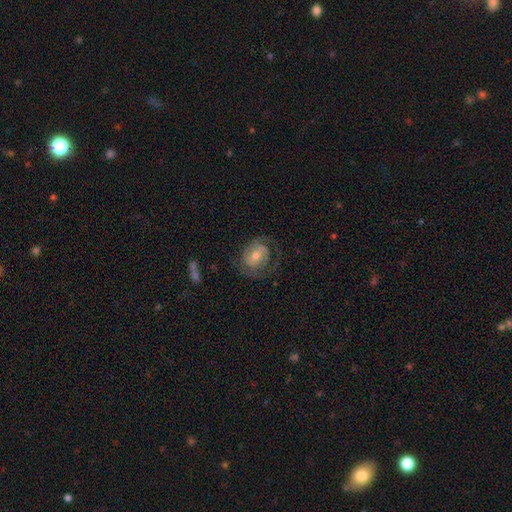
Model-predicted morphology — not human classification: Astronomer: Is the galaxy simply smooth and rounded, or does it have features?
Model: featured or disk — 75%.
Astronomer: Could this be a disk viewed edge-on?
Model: no — 97%.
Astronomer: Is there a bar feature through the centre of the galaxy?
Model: no — 60%.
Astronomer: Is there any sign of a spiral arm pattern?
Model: yes — 90%.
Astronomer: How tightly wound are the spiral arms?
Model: tight — 52% (runner-up: medium, 35%).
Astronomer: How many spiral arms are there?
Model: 2 — 55%.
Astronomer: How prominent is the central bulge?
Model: moderate — 56% (runner-up: small, 37%).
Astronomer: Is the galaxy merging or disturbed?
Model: none — 65%.